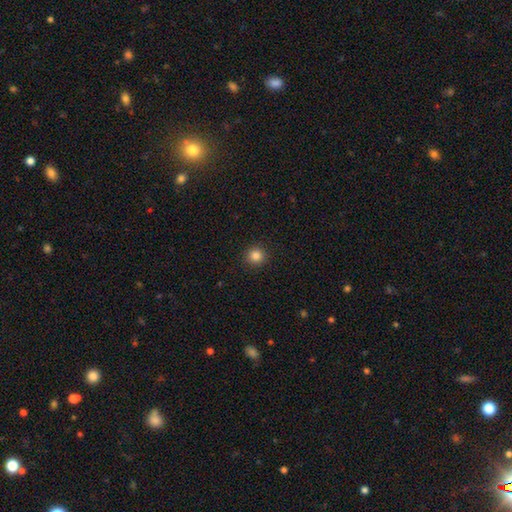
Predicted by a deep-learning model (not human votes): Q: Smooth or featured?
A: smooth (84%); runner-up: star or artifact (11%)
Q: How rounded?
A: round (93%); runner-up: in between (6%)
Q: Merging?
A: none (92%); runner-up: minor disturbance (5%)